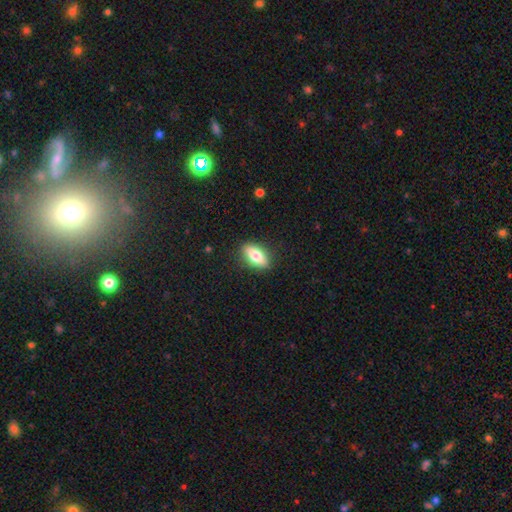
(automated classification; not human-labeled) smooth-or-featured: smooth: 69% | featured or disk: 24% | star or artifact: 7%
  how-rounded: in between: 79% | cigar-shaped: 16% | round: 5%
  merging: none: 86% | minor disturbance: 10% | major disturbance: 3% | merger: 1%